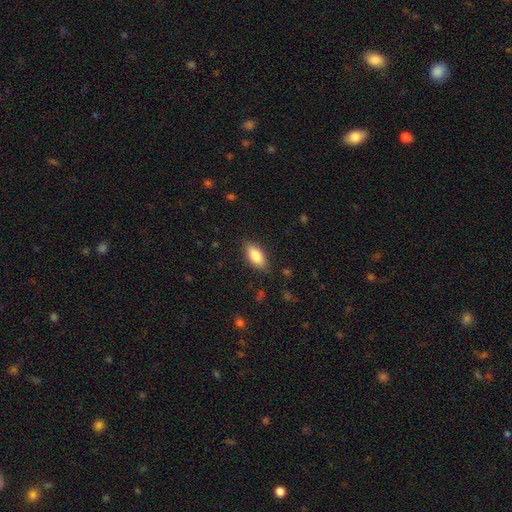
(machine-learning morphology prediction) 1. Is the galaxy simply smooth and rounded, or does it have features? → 82% smooth, 11% featured or disk, 7% star or artifact.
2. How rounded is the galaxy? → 86% in between, 11% cigar-shaped, 3% round.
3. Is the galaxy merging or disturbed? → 85% none, 11% minor disturbance, 3% major disturbance, 1% merger.